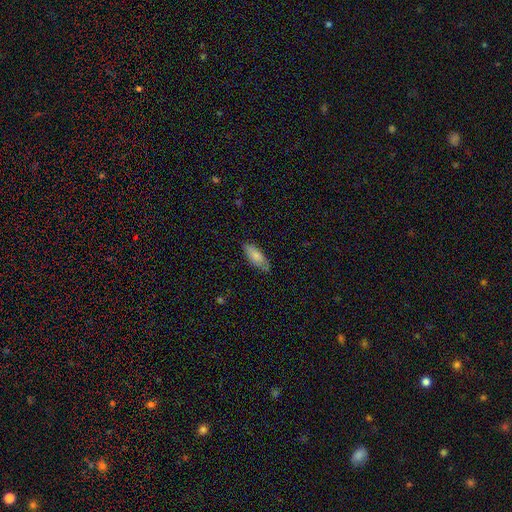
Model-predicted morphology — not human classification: This appears to be a smooth galaxy with no disk features (79%) that is in between round and cigar-shaped (78%). Merging: none (77%).